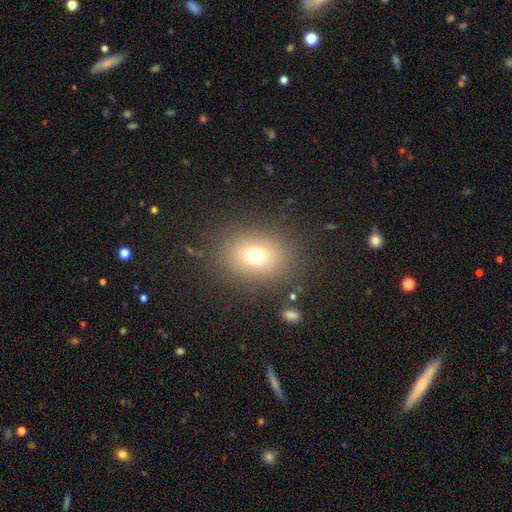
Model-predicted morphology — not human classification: The model was most divided on "how rounded": round: 50%, in between: 49%, cigar-shaped: 1%. More confident: merging — none (83%); smooth or featured — smooth (71%).